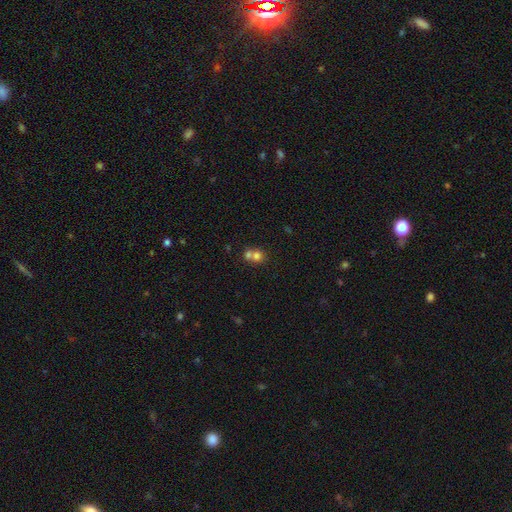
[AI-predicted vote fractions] The model was most divided on "merging": merger: 56%, none: 36%, minor disturbance: 5%, major disturbance: 3%. More confident: how rounded — round (80%); smooth or featured — smooth (72%).